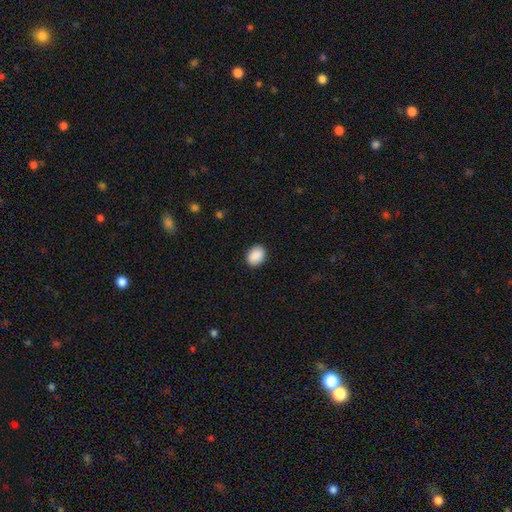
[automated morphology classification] A smooth galaxy with no disk features (90%) that is in between round and cigar-shaped (65%).

Vote fractions:
- Smooth or featured? smooth: 90% / star or artifact: 7% / featured or disk: 3%
- How rounded? in between: 65% / round: 34% / cigar-shaped: 1%
- Merging? none: 90% / minor disturbance: 7% / major disturbance: 2% / merger: 1%